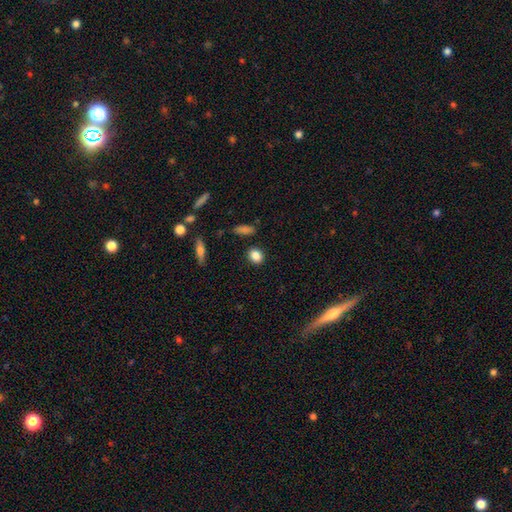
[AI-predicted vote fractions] smooth_or_featured: smooth (p=0.85) [alt: star or artifact p=0.09]
how_rounded: round (p=0.57) [alt: in between p=0.41]
merging: none (p=0.88) [alt: minor disturbance p=0.07]